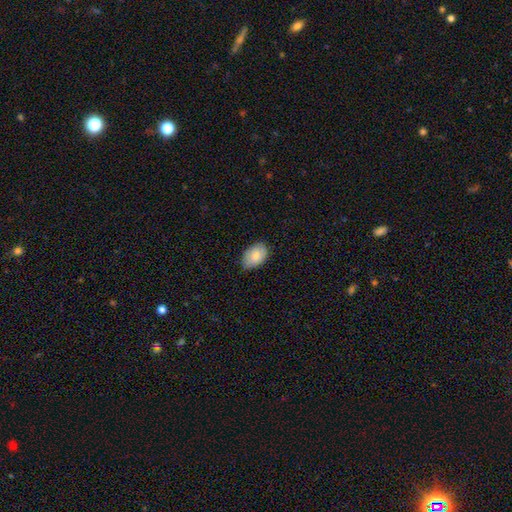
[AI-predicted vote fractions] Morphology: type=smooth (83%); roundness=in between (89%); merging=none (76%).